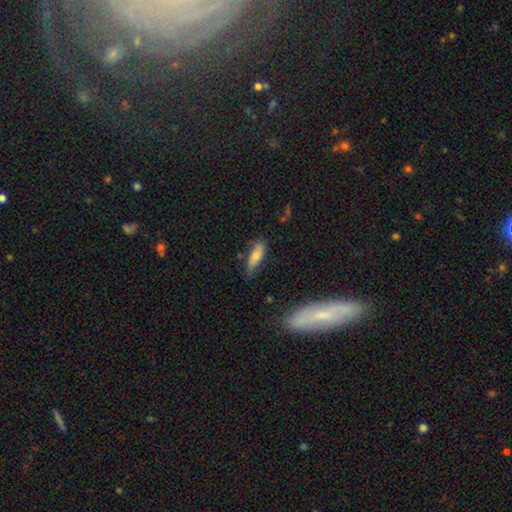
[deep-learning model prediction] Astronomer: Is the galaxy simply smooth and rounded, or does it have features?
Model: smooth — 74%.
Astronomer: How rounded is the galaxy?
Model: in between — 64%.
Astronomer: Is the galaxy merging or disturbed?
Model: none — 63%.